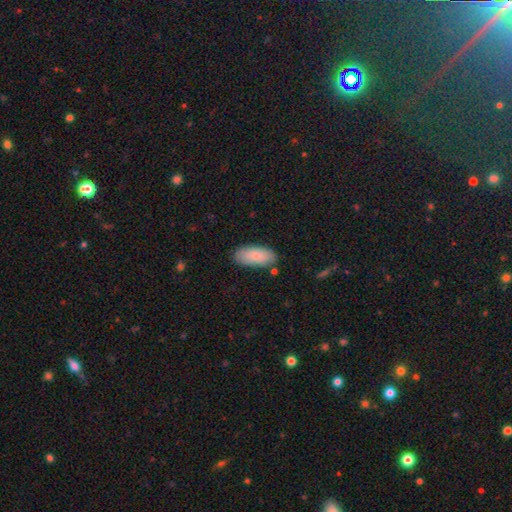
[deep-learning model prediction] This is clearly a smooth galaxy (82%). How rounded: clearly in between (89%). Merging: clearly none (81%).